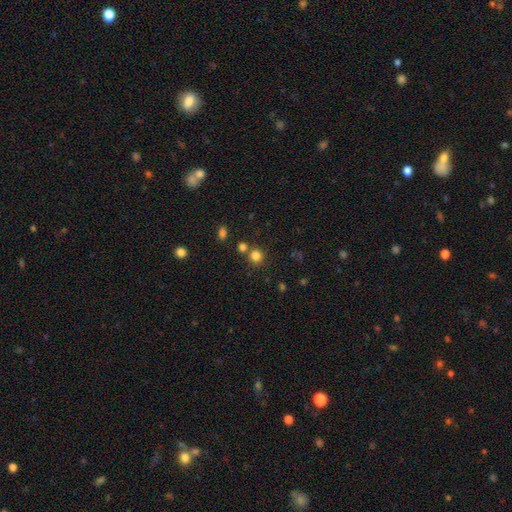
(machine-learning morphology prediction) A smooth galaxy with no disk features (81%) that is round (87%). Merging: none (72%).